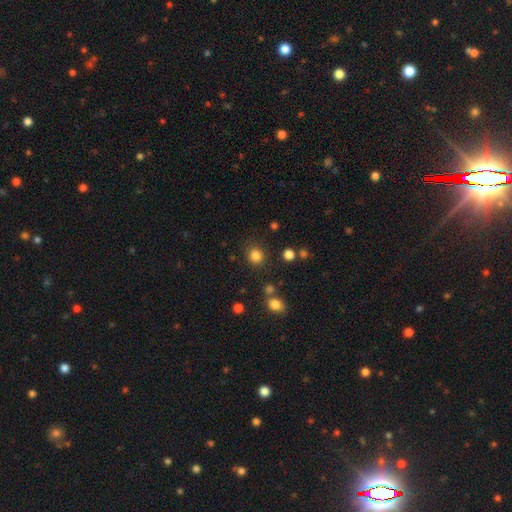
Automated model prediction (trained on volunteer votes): smooth_or_featured: smooth (p=0.83) [alt: star or artifact p=0.13]
how_rounded: round (p=0.87) [alt: in between p=0.12]
merging: none (p=0.83) [alt: minor disturbance p=0.09]